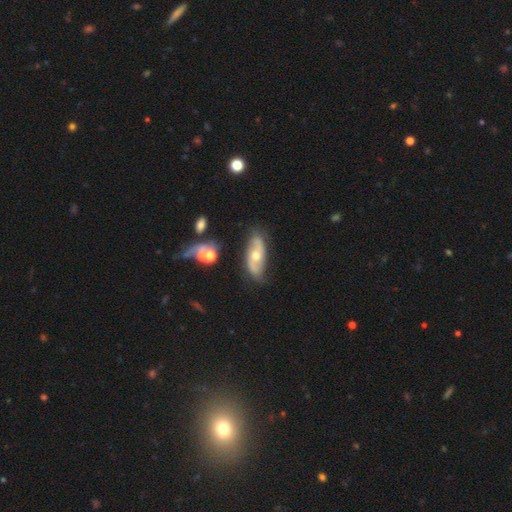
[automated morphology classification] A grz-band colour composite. It shows a featured or disk galaxy (68%) with no bar (67%), spiral arms (81%) and a moderate central bulge (68%). Merging: none (71%).